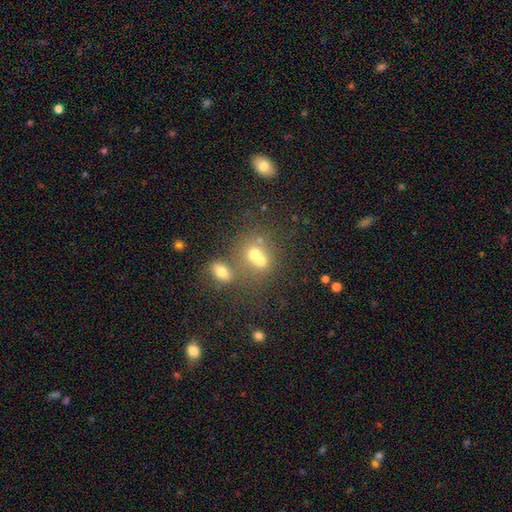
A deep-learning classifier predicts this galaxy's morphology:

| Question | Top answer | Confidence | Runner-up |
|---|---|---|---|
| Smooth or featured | smooth | 61% | featured or disk (22%) |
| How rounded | round | 67% | in between (32%) |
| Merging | merger | 55% | none (32%) |